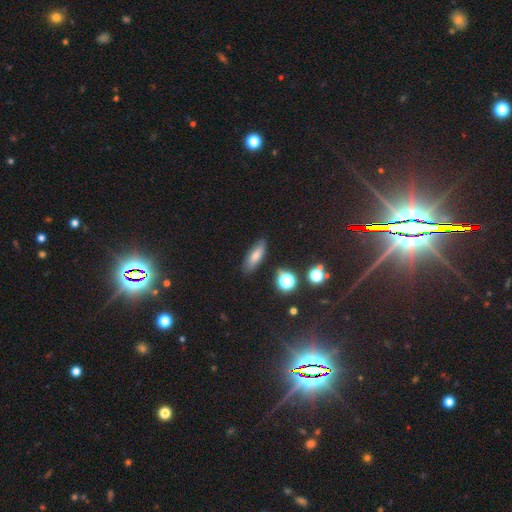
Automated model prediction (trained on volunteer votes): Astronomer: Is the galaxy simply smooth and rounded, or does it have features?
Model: smooth — 73%.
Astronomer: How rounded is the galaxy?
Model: in between — 59% (runner-up: cigar-shaped, 36%).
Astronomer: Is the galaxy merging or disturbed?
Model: none — 83%.